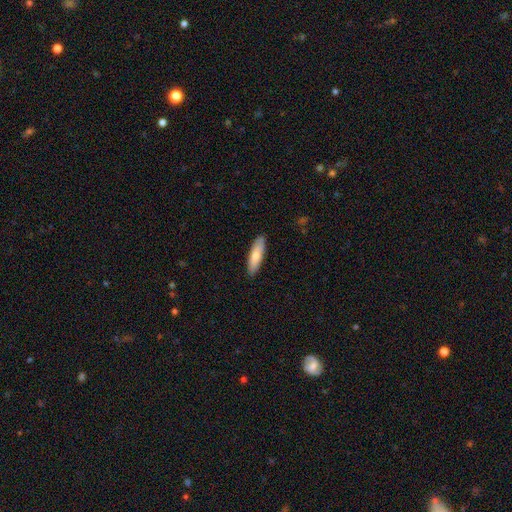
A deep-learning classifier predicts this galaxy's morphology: Smooth or featured: smooth — 77% (featured or disk — 18%)
How rounded: cigar-shaped — 59% (in between — 39%)
Merging: none — 89% (minor disturbance — 9%)